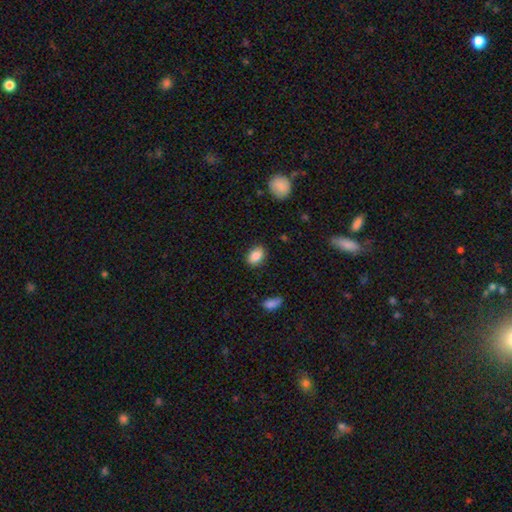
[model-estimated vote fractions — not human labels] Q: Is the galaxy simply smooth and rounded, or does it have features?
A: smooth — 85%.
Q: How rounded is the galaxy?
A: in between — 80%.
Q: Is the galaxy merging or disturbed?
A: none — 85%.